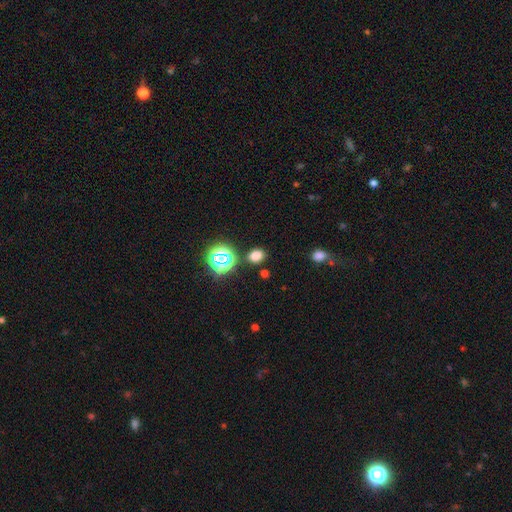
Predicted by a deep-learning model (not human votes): Morphology: type=smooth (71%); roundness=in between (50%); merging=none (84%).